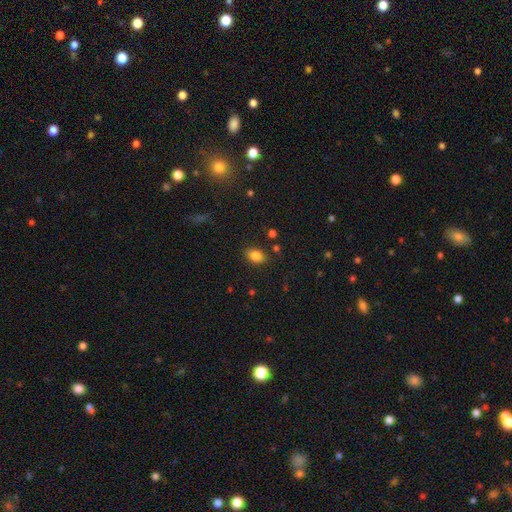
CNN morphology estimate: This appears to be a smooth galaxy with no disk features (82%) that is in between round and cigar-shaped (77%). Merging: none (82%).